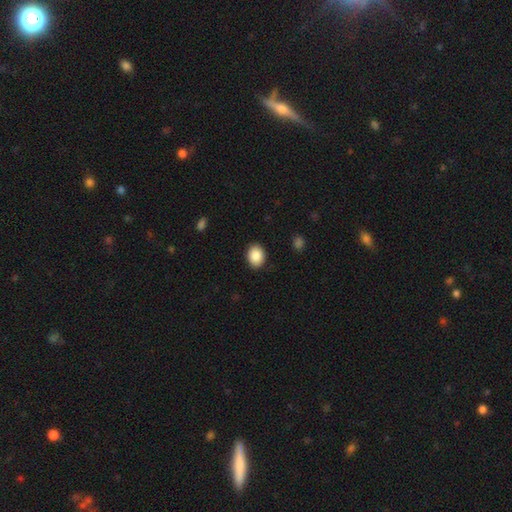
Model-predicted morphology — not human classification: Overall: smooth (88%). How rounded: in between (62%; round 37%). Merging: none (89%).